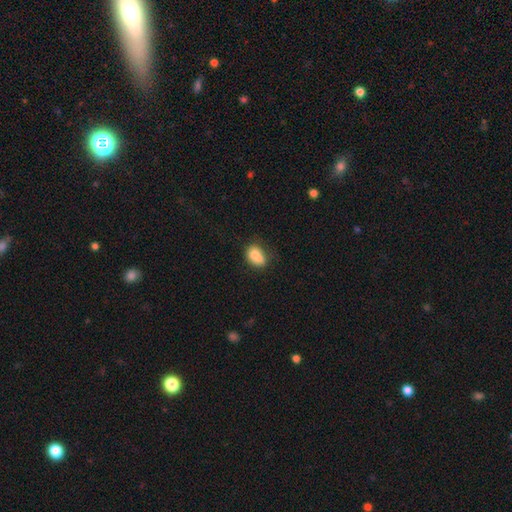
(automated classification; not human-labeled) Overall: smooth (82%). How rounded: in between (78%). Merging: none (48%; minor disturbance 27%).